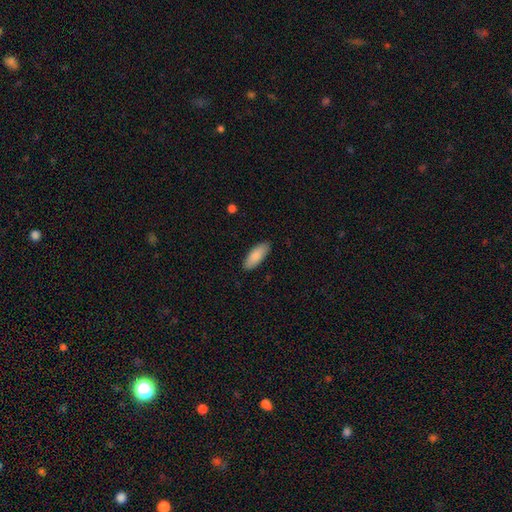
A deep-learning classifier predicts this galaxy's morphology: smooth-or-featured: smooth: 86% | featured or disk: 8% | star or artifact: 5%
  how-rounded: in between: 75% | cigar-shaped: 23% | round: 2%
  merging: none: 88% | minor disturbance: 9% | major disturbance: 2% | merger: 1%